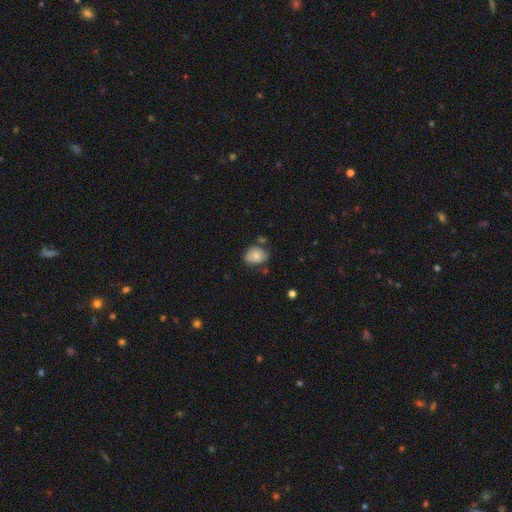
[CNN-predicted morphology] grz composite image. It shows a smooth galaxy with no disk features (74%) that is in between round and cigar-shaped (64%). Merging: none (57%).